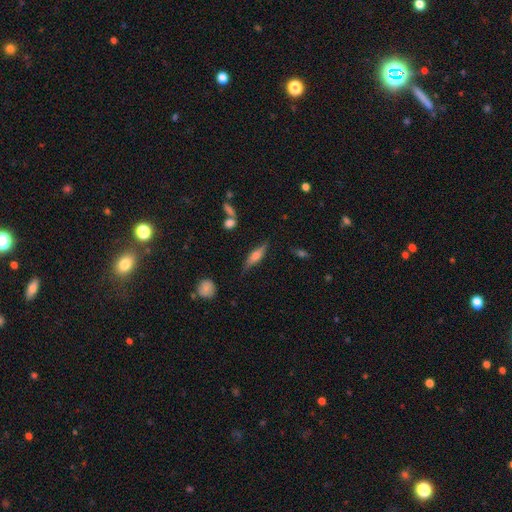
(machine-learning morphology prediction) Overall: featured or disk (53%; smooth 40%). Edge-on disk: yes (91%). Merging: none (76%).